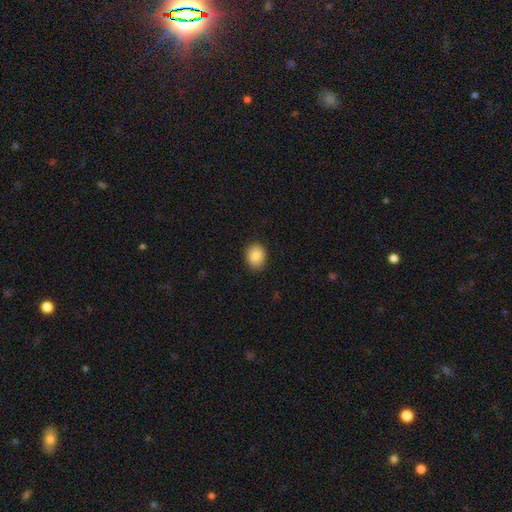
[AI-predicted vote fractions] smooth 85%, star or artifact 8%, featured or disk 7%. Down the decision tree: how rounded — round (62%); merging — none (89%).